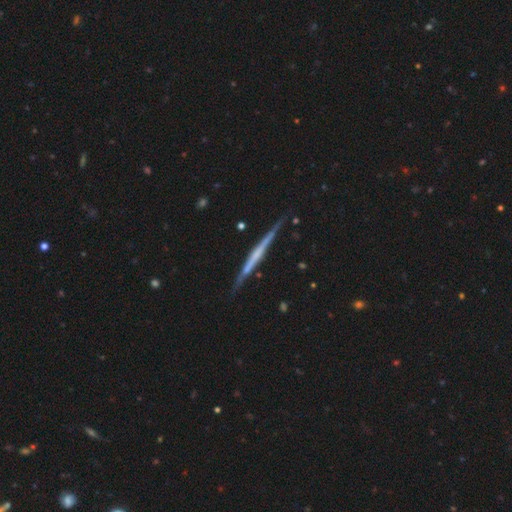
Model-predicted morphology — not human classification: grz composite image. It shows a featured or disk galaxy (72%) viewed edge-on (98%) with no central bulge (69%). Merging: none (86%).